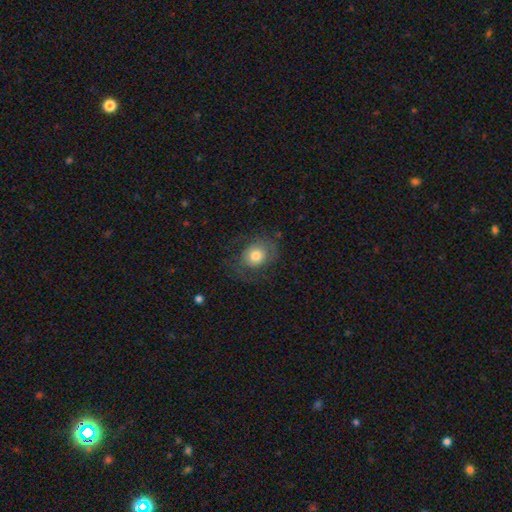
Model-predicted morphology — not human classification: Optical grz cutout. It shows a smooth galaxy with no disk features (67%) that is round (72%). Merging: none (62%).